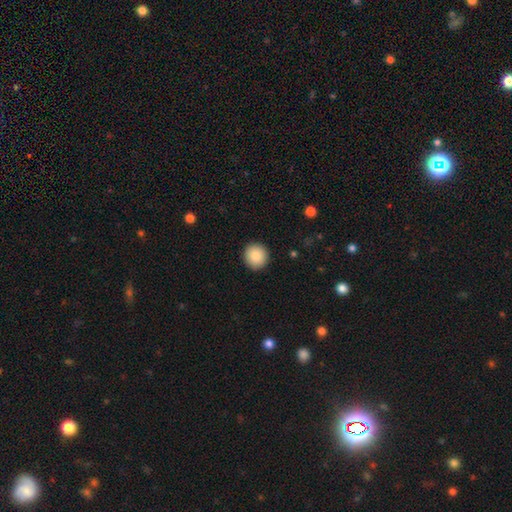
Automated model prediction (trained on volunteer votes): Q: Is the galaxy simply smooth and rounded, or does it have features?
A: smooth — 88%.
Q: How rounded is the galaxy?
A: round — 94%.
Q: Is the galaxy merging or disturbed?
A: none — 93%.